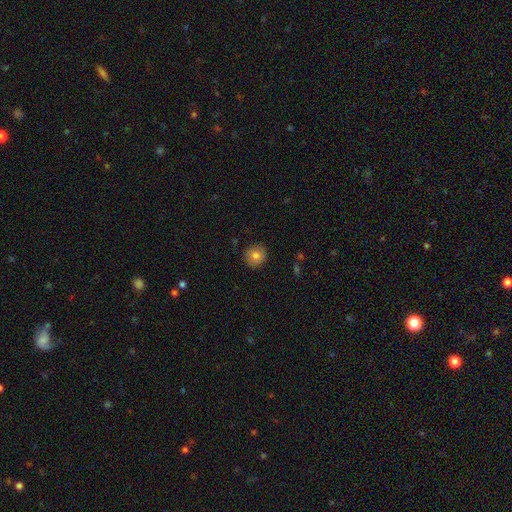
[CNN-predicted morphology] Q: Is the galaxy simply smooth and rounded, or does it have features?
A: smooth — 80%.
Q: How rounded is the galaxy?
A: round — 92%.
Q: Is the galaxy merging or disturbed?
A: none — 89%.